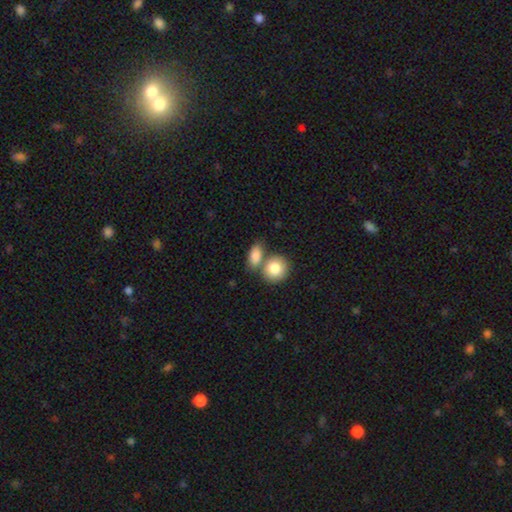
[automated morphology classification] Overall: smooth (85%). How rounded: in between (73%). Merging: none (47%; merger 38%).